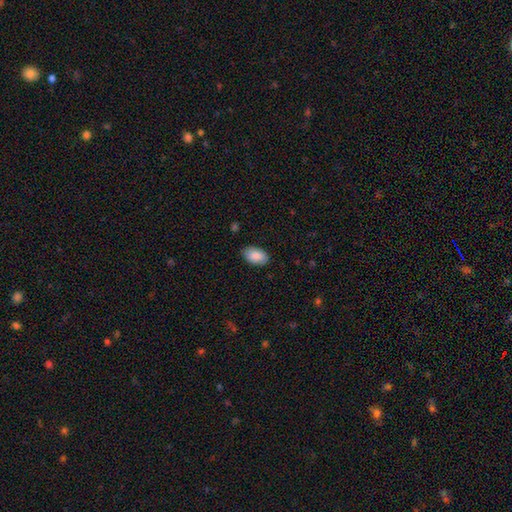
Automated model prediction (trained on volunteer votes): Smooth or featured: smooth — 88% (star or artifact — 6%)
How rounded: in between — 94% (round — 5%)
Merging: none — 85% (minor disturbance — 12%)